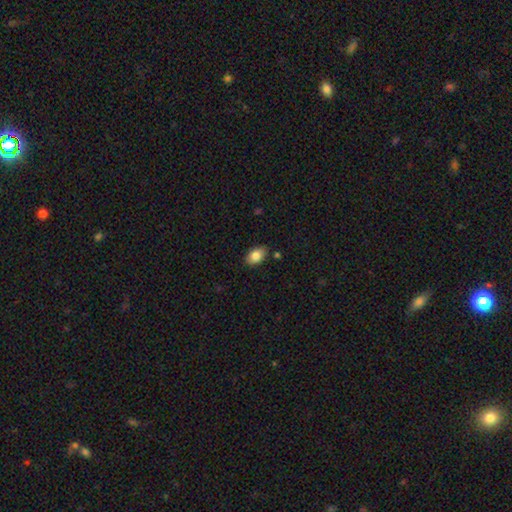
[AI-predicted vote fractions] Overall: smooth (85%). How rounded: in between (88%). Merging: none (83%).